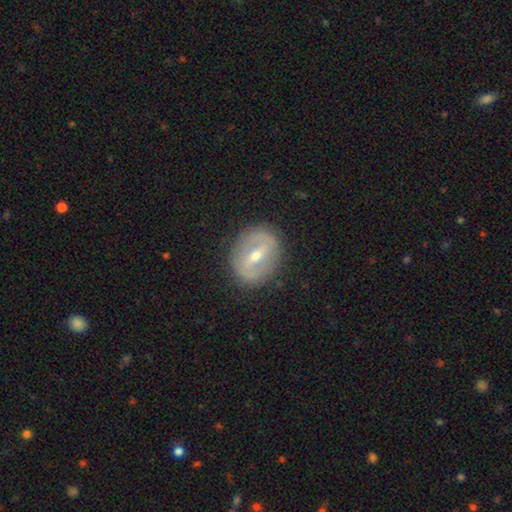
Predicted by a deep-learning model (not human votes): Smooth or featured? featured or disk (71%)
Edge-on disk? no (92%)
Bar? strong (56%)
Spiral arms? no (60%)
Bulge size? moderate (53%)
Merging? none (85%)